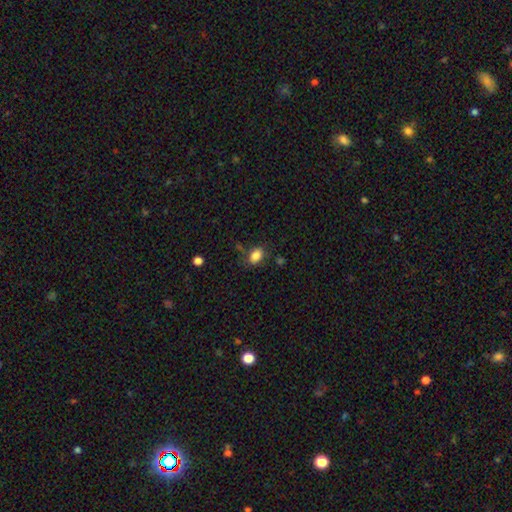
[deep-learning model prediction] This appears to be a smooth galaxy with no disk features (84%) that is in between round and cigar-shaped (81%). Merging: none (75%).